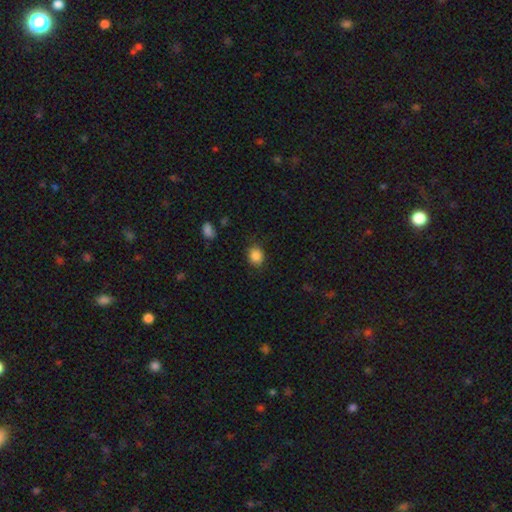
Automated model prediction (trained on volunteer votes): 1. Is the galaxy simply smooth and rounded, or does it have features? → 86% smooth, 10% star or artifact, 4% featured or disk.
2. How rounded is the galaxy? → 64% round, 36% in between, 1% cigar-shaped.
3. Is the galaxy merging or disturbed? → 82% none, 13% minor disturbance, 3% major disturbance, 1% merger.